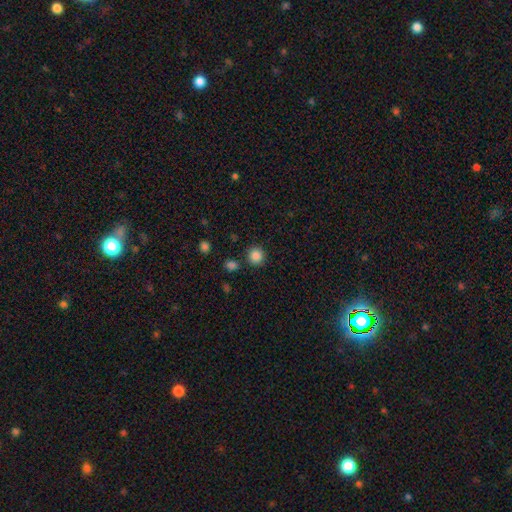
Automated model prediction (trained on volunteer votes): smooth-or-featured: smooth: 85% | star or artifact: 11% | featured or disk: 4%
  how-rounded: round: 93% | in between: 6% | cigar-shaped: 1%
  merging: none: 87% | minor disturbance: 6% | merger: 4% | major disturbance: 2%